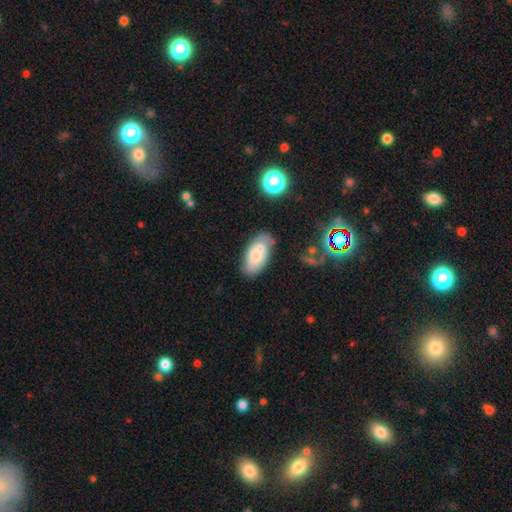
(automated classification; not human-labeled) smooth_or_featured: smooth (p=0.68) [alt: featured or disk p=0.25]
how_rounded: in between (p=0.92) [alt: cigar-shaped p=0.05]
merging: none (p=0.53) [alt: merger p=0.23]